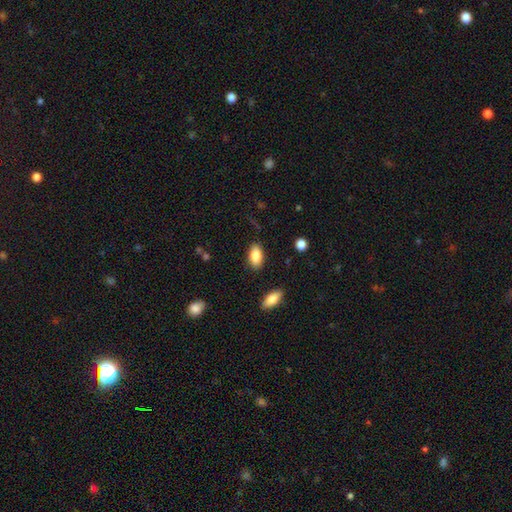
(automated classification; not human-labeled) Smooth or featured: smooth — 86% (star or artifact — 7%)
How rounded: in between — 91% (round — 5%)
Merging: none — 84% (minor disturbance — 11%)